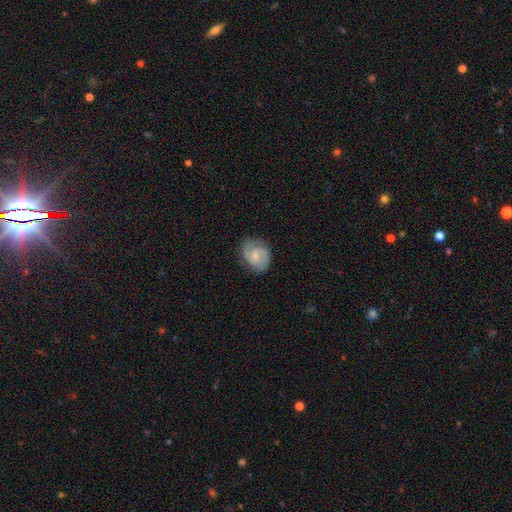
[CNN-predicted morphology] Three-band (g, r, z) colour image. It shows a featured or disk galaxy (76%) with a weak bar (49%), 2 (89%) medium (52%) spiral arms (95%) and a small central bulge (53%). Merging: none (81%).